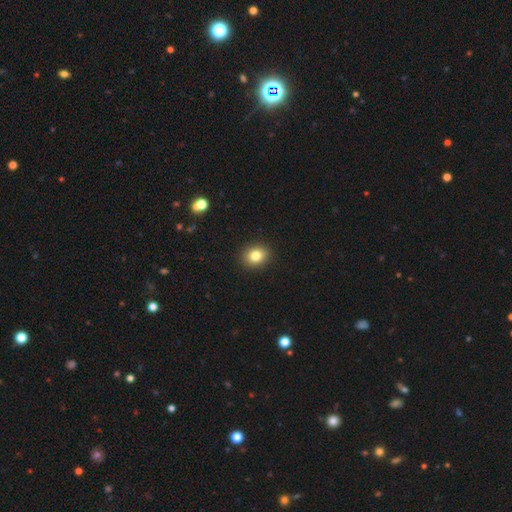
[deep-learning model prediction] Smooth or featured: smooth — 82% (star or artifact — 11%)
How rounded: round — 64% (in between — 35%)
Merging: none — 91% (minor disturbance — 6%)